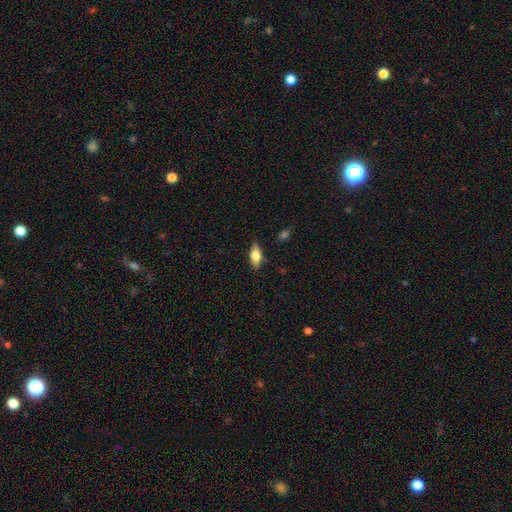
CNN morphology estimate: type=smooth (70%); roundness=in between (81%); merging=none (83%).